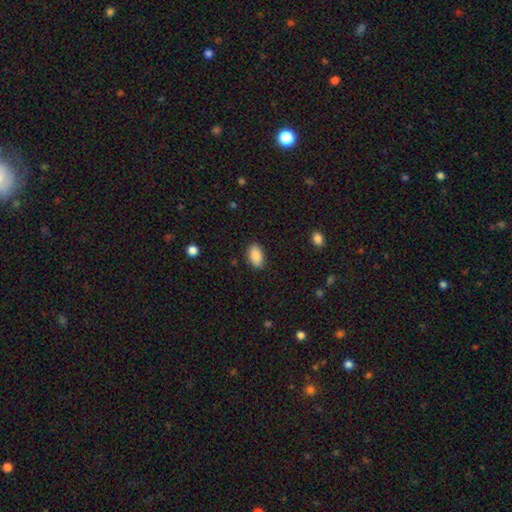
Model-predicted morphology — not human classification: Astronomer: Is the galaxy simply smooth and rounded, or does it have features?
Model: smooth — 89%.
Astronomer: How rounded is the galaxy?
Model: in between — 93%.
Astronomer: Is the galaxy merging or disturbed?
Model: none — 86%.